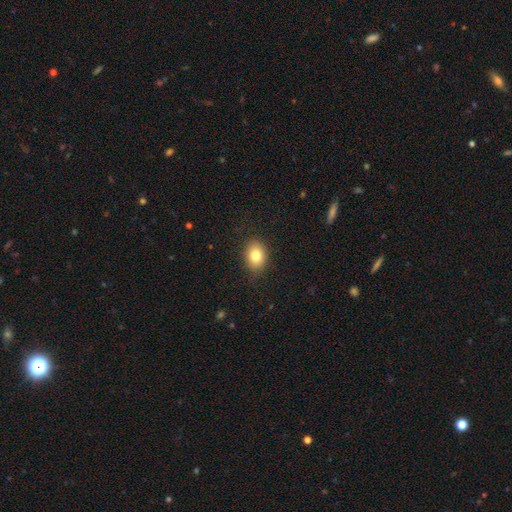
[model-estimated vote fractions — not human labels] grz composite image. It shows a smooth galaxy with no disk features (81%) that is in between round and cigar-shaped (68%). Merging: none (83%).